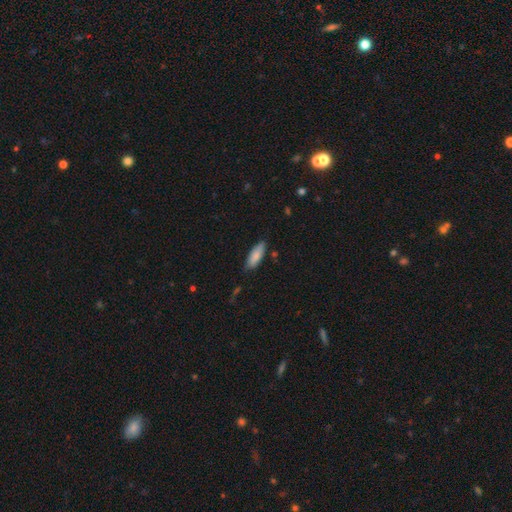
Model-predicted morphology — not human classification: Overall: smooth (86%). How rounded: in between (65%; cigar-shaped 34%). Merging: none (82%).